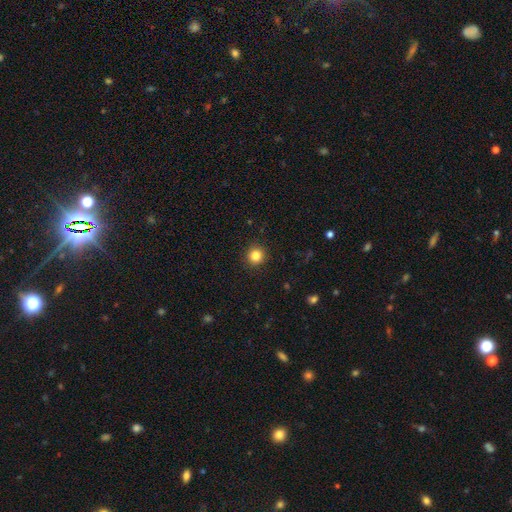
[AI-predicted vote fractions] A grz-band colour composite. It shows a smooth galaxy with no disk features (84%) that is round (94%). Merging: none (92%).